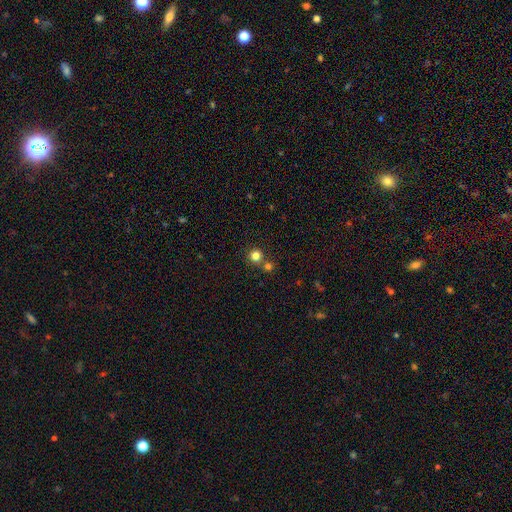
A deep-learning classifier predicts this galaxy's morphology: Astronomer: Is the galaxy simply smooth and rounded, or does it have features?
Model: smooth — 80%.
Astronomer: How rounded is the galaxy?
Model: round — 94%.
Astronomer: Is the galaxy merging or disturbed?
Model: none — 69%.